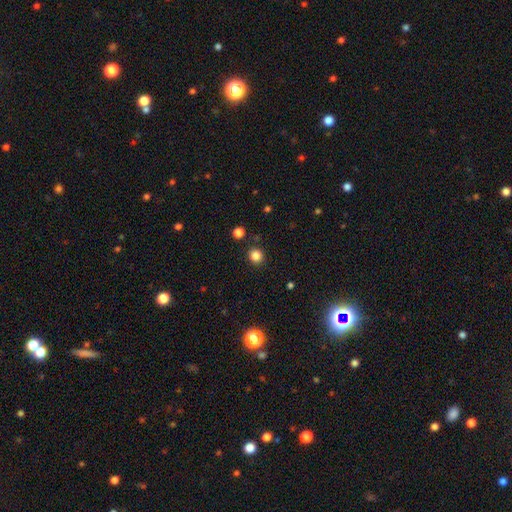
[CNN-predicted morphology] Smooth or featured: smooth — 83% (star or artifact — 13%)
How rounded: round — 90% (in between — 9%)
Merging: none — 89% (minor disturbance — 6%)